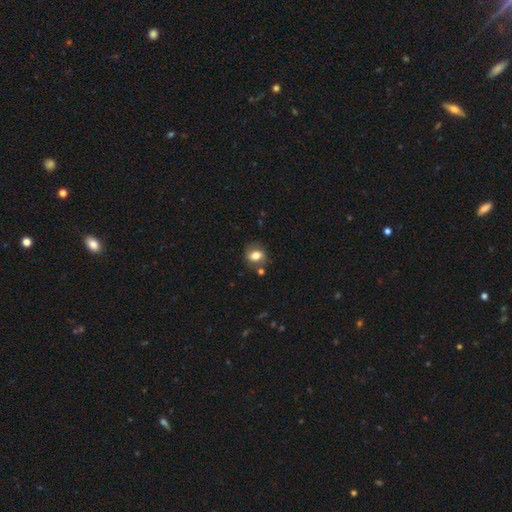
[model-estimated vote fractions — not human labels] smooth-or-featured: smooth: 71% | featured or disk: 20% | star or artifact: 9%
  how-rounded: round: 52% | in between: 47% | cigar-shaped: 1%
  merging: none: 68% | minor disturbance: 18% | merger: 8% | major disturbance: 6%